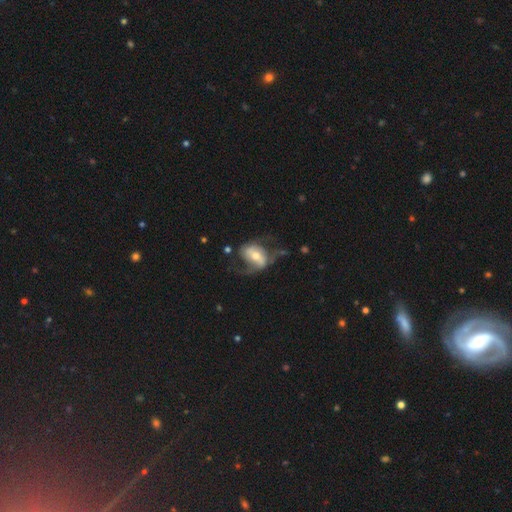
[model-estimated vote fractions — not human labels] This appears to be a featured or disk galaxy (72%) with a strong bar (36%), 2 (82%) loose (57%) spiral arms (82%) and a moderate central bulge (57%). Merging: none (45%).